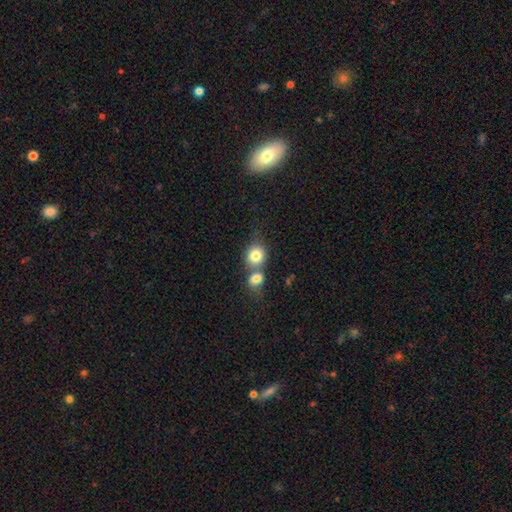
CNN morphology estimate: Overall: smooth (81%). How rounded: round (78%). Merging: merger (51%; none 38%).